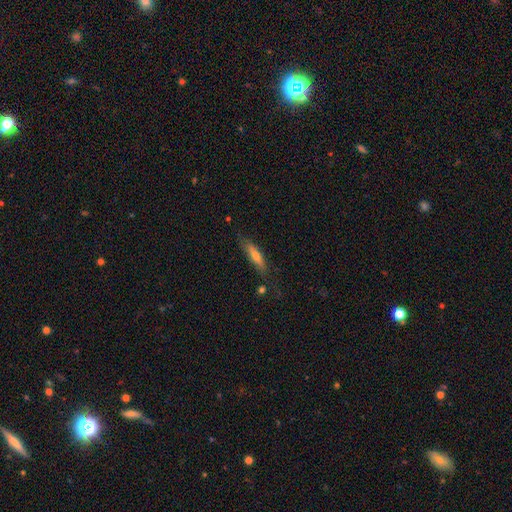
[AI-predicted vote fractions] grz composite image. It shows a smooth galaxy with no disk features (49%). Merging: none (75%).